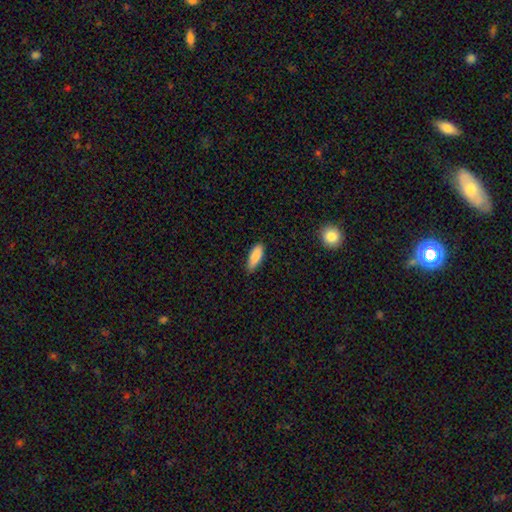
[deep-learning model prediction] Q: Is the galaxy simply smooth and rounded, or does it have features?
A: smooth — 86%.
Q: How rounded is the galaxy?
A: in between — 67%.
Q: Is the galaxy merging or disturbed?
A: none — 83%.